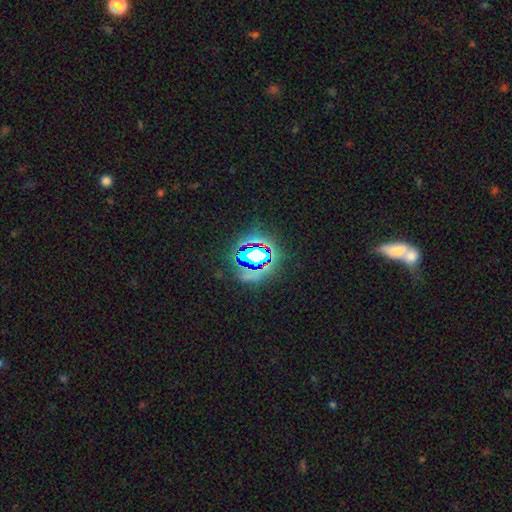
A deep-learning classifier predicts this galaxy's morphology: Smooth or featured: star or artifact — 80% (smooth — 12%)